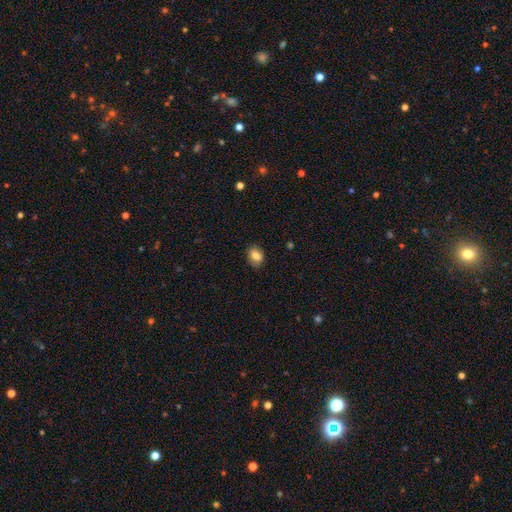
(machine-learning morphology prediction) Smooth or featured? smooth (79%)
How rounded? in between (70%)
Merging? none (84%)